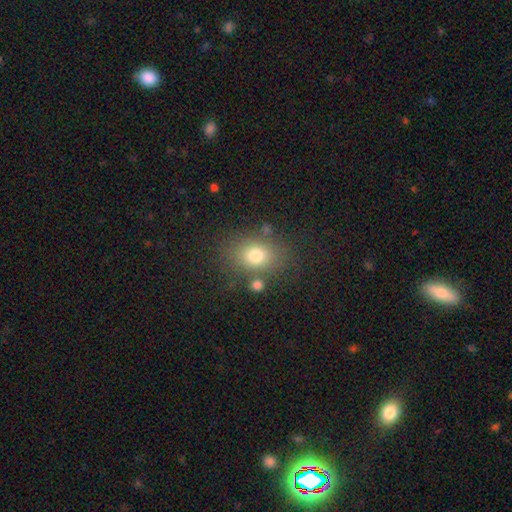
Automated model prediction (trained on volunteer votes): The model was most divided on "how rounded": in between: 60%, round: 39%, cigar-shaped: 1%. More confident: smooth or featured — smooth (76%); merging — none (72%).